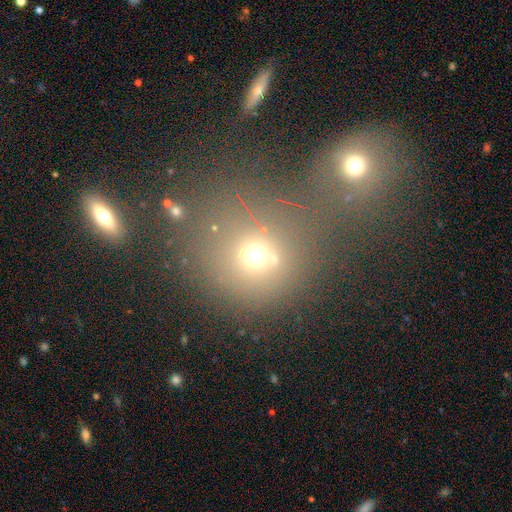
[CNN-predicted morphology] smooth_or_featured: smooth (p=0.64) [alt: star or artifact p=0.23]
how_rounded: round (p=0.84) [alt: in between p=0.15]
merging: merger (p=0.44) [alt: none p=0.41]